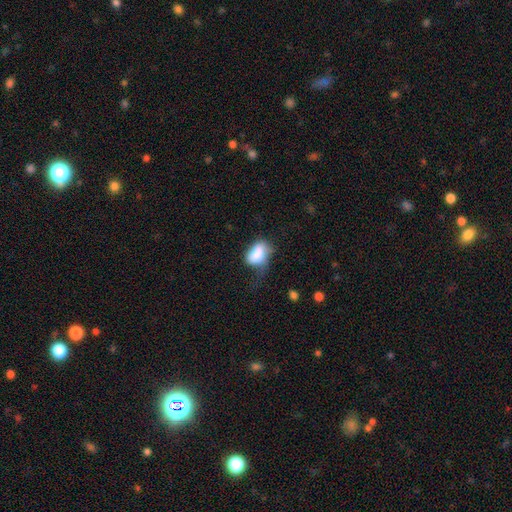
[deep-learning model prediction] A smooth galaxy with no disk features (80%) that is in between round and cigar-shaped (89%).

Vote fractions:
- Smooth or featured? smooth: 80% / featured or disk: 13% / star or artifact: 7%
- How rounded? in between: 89% / round: 10% / cigar-shaped: 2%
- Merging? minor disturbance: 34% (tied) / major disturbance: 34% (tied) / none: 28% / merger: 4%